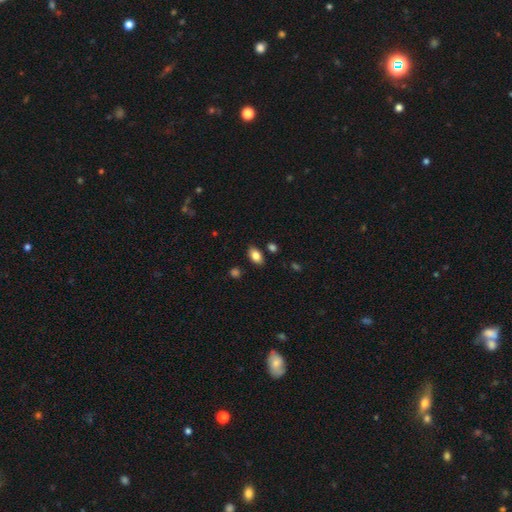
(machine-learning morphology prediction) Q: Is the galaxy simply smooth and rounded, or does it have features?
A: smooth — 84%.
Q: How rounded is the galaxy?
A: in between — 88%.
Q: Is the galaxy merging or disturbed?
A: none — 84%.